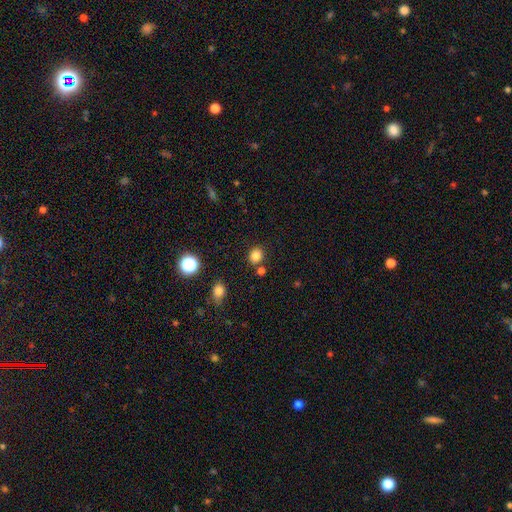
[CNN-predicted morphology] type=smooth (82%); roundness=round (75%); merging=none (77%).